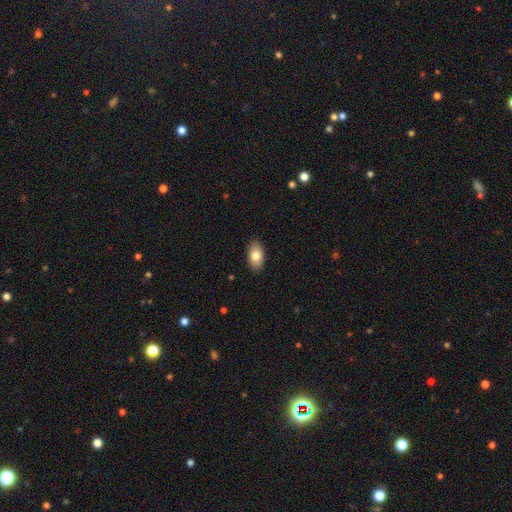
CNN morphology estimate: This is clearly a smooth galaxy (81%). How rounded: clearly in between (92%). Merging: clearly none (89%).